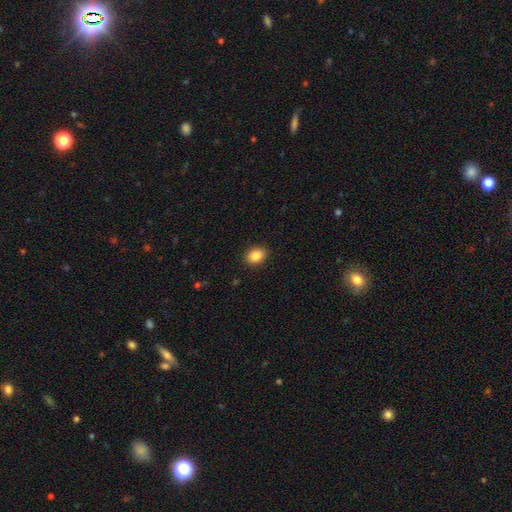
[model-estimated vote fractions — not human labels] The model was most divided on "how rounded": in between: 75%, round: 24%, cigar-shaped: 1%. More confident: merging — none (90%); smooth or featured — smooth (87%).